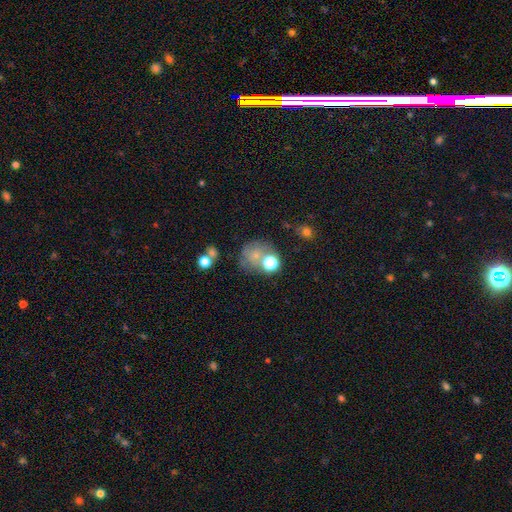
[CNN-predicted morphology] A smooth galaxy with no disk features (60%) that is round (74%). Merging: none (46%).